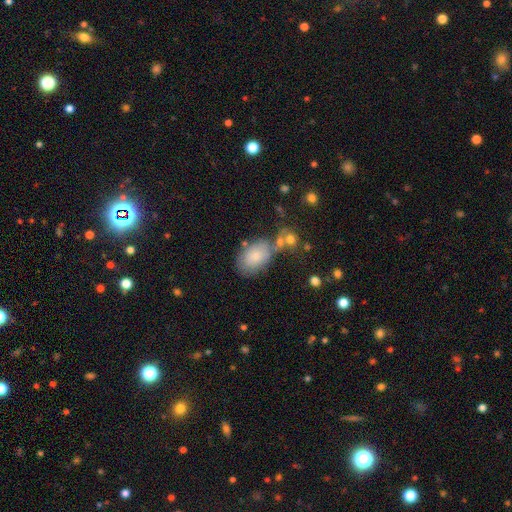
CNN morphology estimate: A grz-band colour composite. It shows a smooth galaxy with no disk features (80%) that is in between round and cigar-shaped (88%). Merging: none (52%).